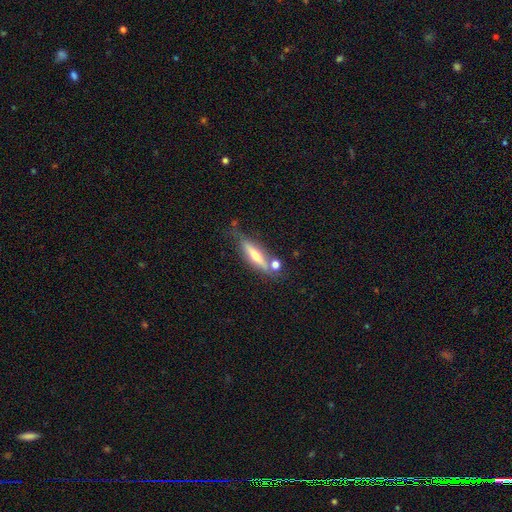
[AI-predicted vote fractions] Morphology: type=featured or disk (59%); edge-on=yes (90%); edge-on bulge=rounded (90%); merging=none (66%).